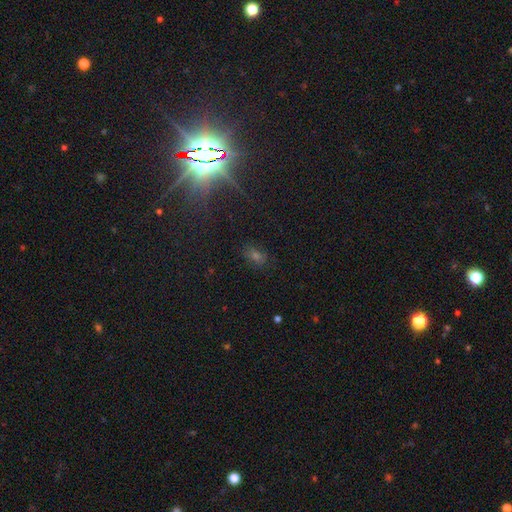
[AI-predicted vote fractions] smooth-or-featured: star or artifact: 48% | smooth: 38% | featured or disk: 14%